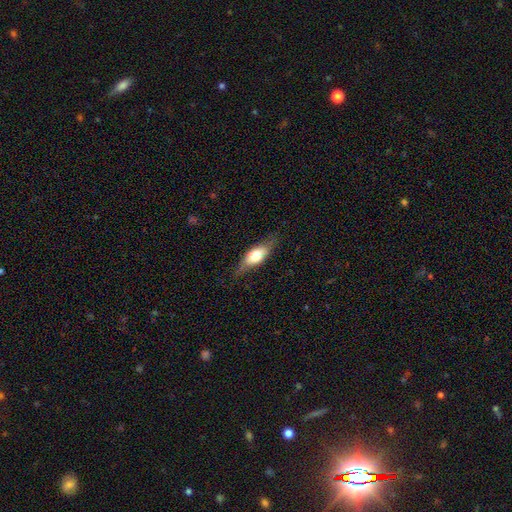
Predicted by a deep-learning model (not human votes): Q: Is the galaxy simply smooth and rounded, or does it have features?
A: smooth — 55%.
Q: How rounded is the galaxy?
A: in between — 69%.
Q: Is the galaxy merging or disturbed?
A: none — 74%.